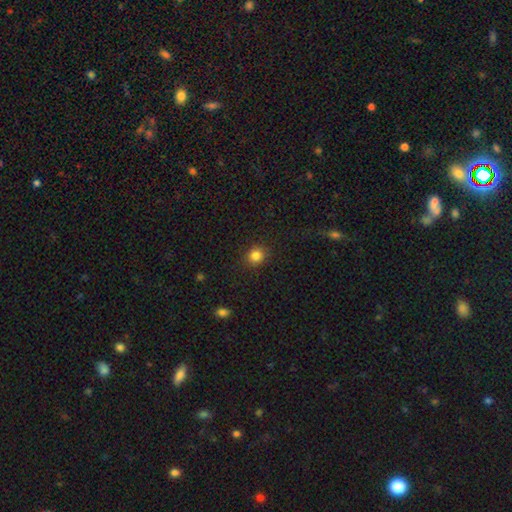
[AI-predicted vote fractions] Smooth or featured: smooth — 84% (star or artifact — 12%)
How rounded: round — 86% (in between — 13%)
Merging: none — 90% (minor disturbance — 7%)